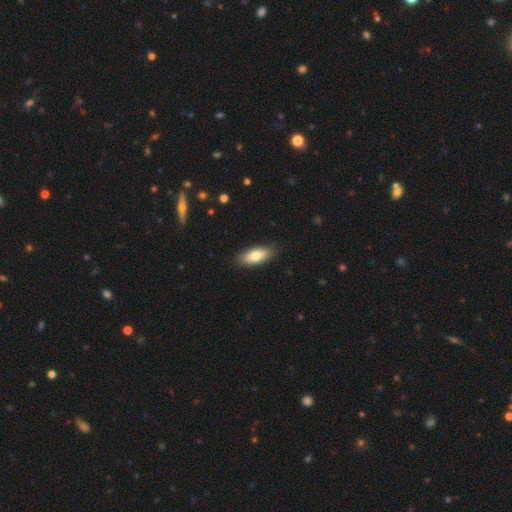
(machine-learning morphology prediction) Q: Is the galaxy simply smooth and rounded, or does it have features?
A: smooth — 76%.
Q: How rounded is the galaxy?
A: in between — 83%.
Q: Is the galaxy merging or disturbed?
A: none — 86%.